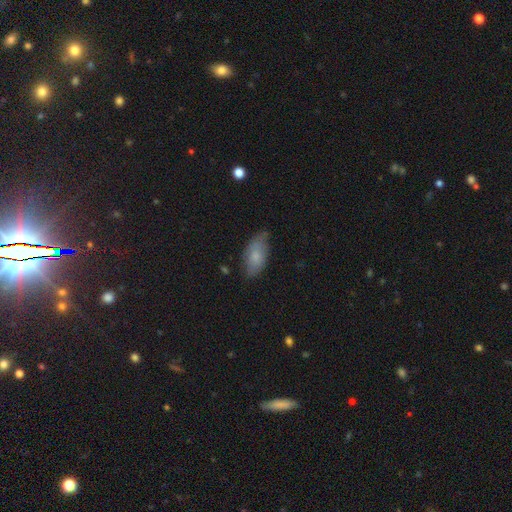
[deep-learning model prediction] This appears to be a smooth galaxy with no disk features (76%) that is in between round and cigar-shaped (91%). Merging: none (69%).